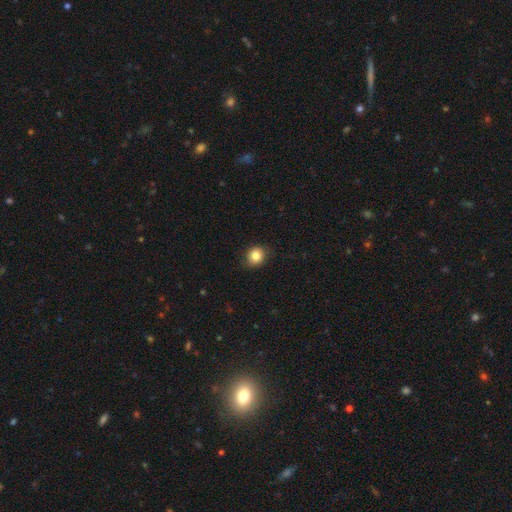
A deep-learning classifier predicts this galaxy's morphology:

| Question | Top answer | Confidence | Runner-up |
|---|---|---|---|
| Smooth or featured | smooth | 83% | star or artifact (10%) |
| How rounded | round | 76% | in between (23%) |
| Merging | none | 85% | minor disturbance (12%) |